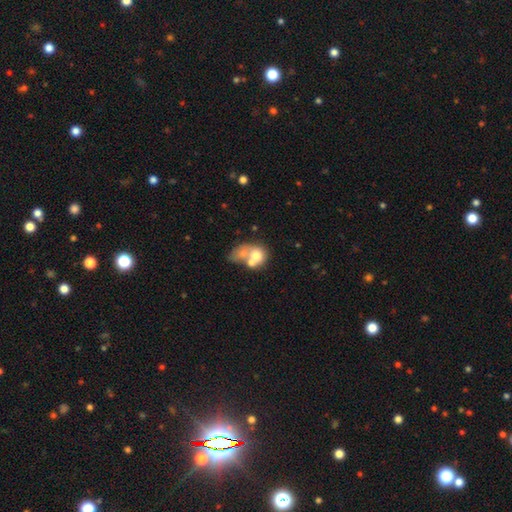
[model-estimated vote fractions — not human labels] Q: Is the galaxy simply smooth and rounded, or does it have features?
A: smooth — 58%.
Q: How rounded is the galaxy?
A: round — 52%.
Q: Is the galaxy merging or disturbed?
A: merger — 59%.